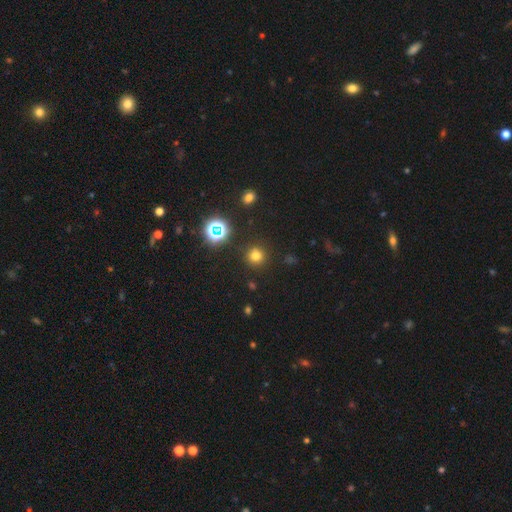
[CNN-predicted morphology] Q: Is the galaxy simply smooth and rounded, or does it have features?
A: smooth — 71%.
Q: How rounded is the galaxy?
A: round — 93%.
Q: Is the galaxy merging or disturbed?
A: none — 88%.